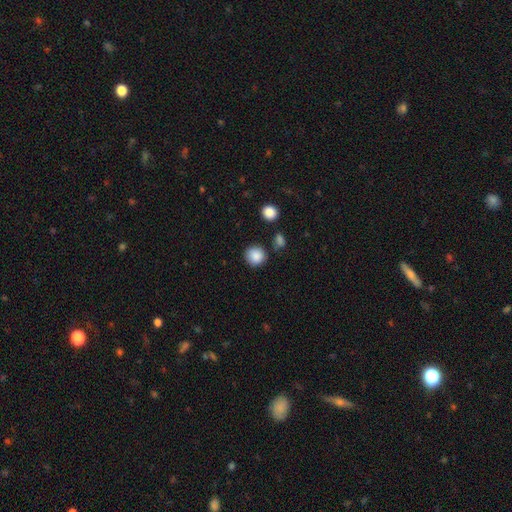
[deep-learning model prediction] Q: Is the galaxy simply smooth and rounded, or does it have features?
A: smooth — 87%.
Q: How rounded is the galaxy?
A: round — 89%.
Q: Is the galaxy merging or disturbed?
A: none — 83%.